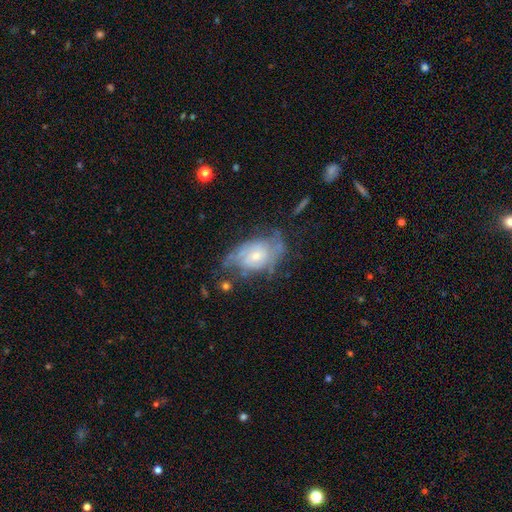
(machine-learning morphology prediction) A featured or disk galaxy (73%) with no bar (69%), 2 (41%) tight (45%) spiral arms (82%) and a small central bulge (55%). Merging: none (51%).